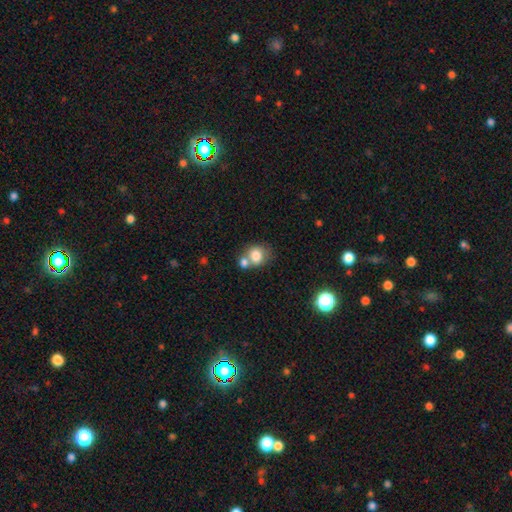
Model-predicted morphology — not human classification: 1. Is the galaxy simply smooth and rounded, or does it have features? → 79% smooth, 12% featured or disk, 9% star or artifact.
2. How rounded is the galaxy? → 65% round, 34% in between, 1% cigar-shaped.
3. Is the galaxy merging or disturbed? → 44% merger, 40% none, 11% minor disturbance, 5% major disturbance.